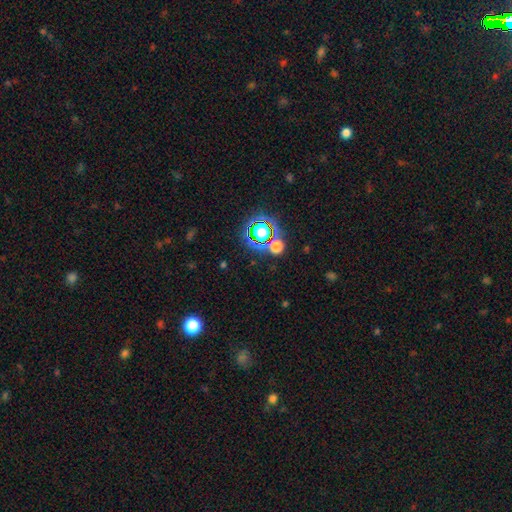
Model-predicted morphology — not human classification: The model was most divided on "smooth or featured": star or artifact: 76%, smooth: 15%, featured or disk: 8%.